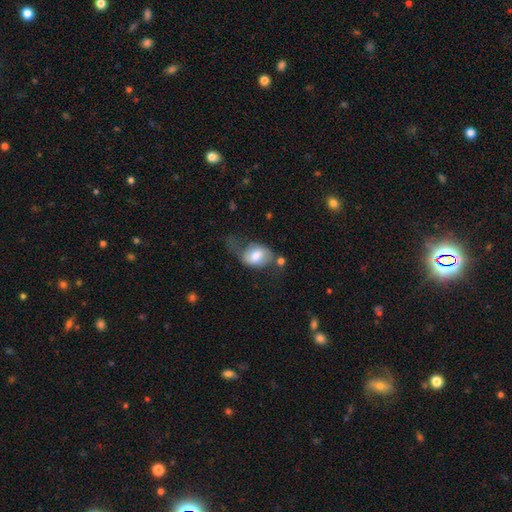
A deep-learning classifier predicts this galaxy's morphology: smooth_or_featured: smooth (p=0.62) [alt: featured or disk p=0.31]
how_rounded: in between (p=0.76) [alt: round p=0.23]
merging: none (p=0.35) [alt: major disturbance p=0.30]